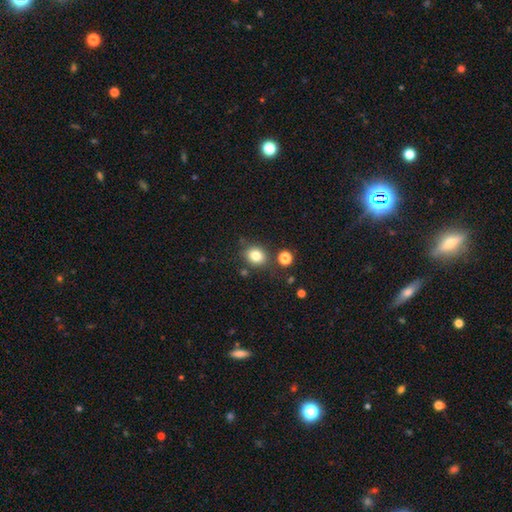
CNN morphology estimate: smooth_or_featured: smooth (p=0.82) [alt: star or artifact p=0.11]
how_rounded: round (p=0.66) [alt: in between p=0.33]
merging: none (p=0.79) [alt: minor disturbance p=0.11]